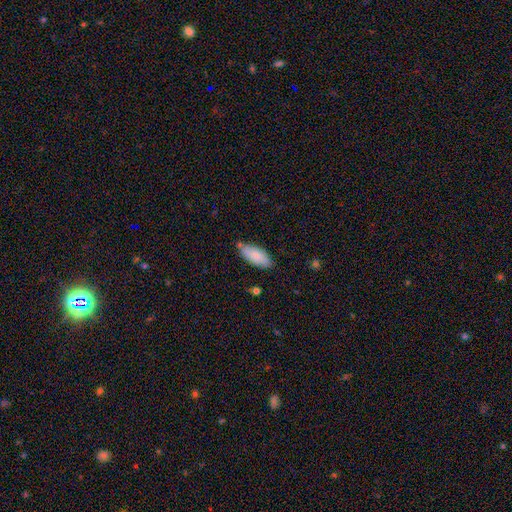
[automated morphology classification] smooth-or-featured: smooth: 84% | featured or disk: 10% | star or artifact: 6%
  how-rounded: in between: 82% | cigar-shaped: 16% | round: 2%
  merging: none: 70% | minor disturbance: 23% | merger: 4% | major disturbance: 4%